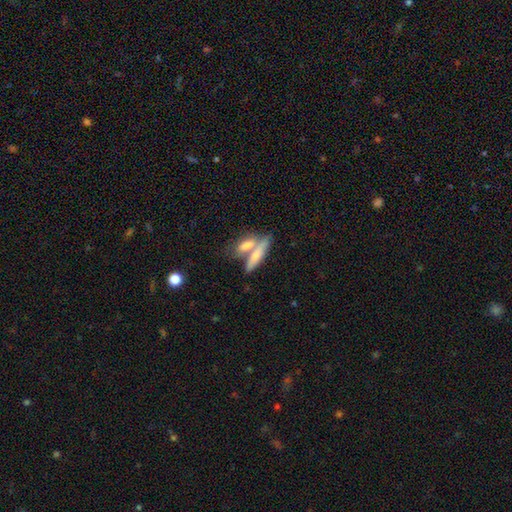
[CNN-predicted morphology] smooth 68%, featured or disk 26%, star or artifact 6%. Down the decision tree: how rounded — cigar-shaped (59%); merging — merger (50%).